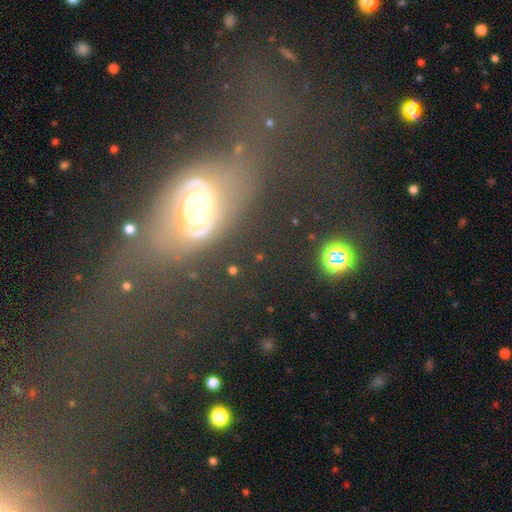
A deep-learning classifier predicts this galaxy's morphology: Overall: featured or disk (63%). Edge-on disk: no (85%). Bar: no (37%; weak 36%). Spiral arms: yes (54%; no 46%). Bulge size: moderate (55%; large 26%). Merging: none (40%; major disturbance 38%).